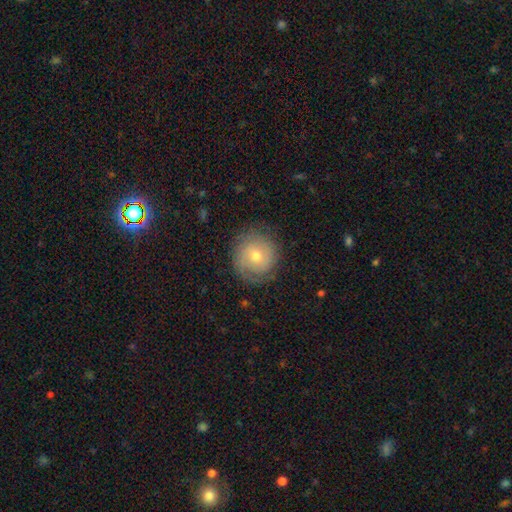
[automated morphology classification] A smooth galaxy with no disk features (47%). Merging: none (79%).